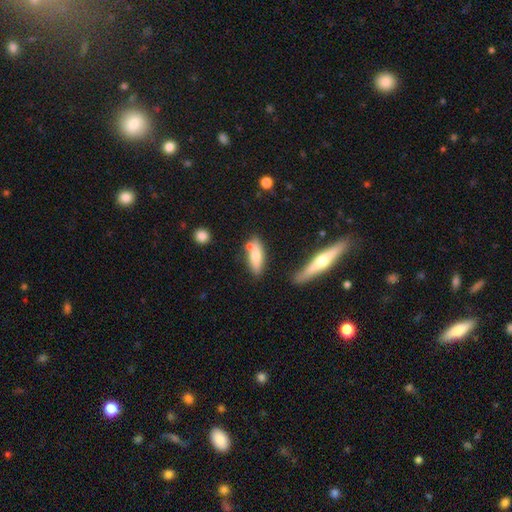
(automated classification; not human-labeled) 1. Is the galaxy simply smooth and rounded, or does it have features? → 68% smooth, 26% featured or disk, 7% star or artifact.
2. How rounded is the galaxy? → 54% in between, 43% cigar-shaped, 2% round.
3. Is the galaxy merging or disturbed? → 61% none, 18% merger, 17% minor disturbance, 5% major disturbance.